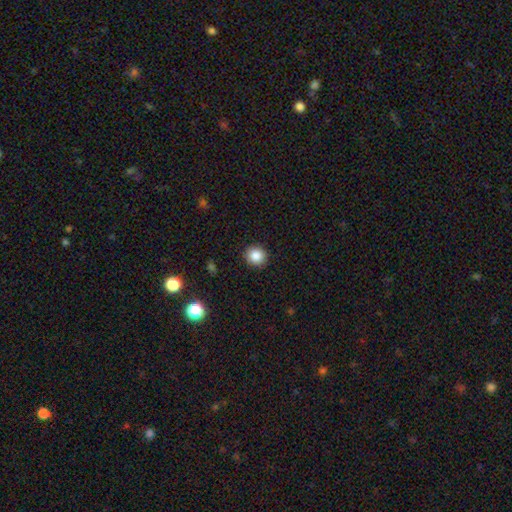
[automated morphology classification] smooth_or_featured: smooth (p=0.86) [alt: star or artifact p=0.10]
how_rounded: round (p=0.89) [alt: in between p=0.10]
merging: none (p=0.91) [alt: minor disturbance p=0.06]